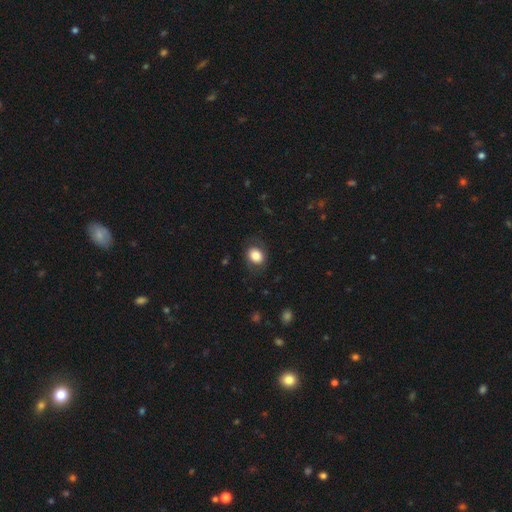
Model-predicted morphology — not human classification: This appears to be a smooth galaxy with no disk features (80%) that is in between round and cigar-shaped (57%). Merging: none (75%).